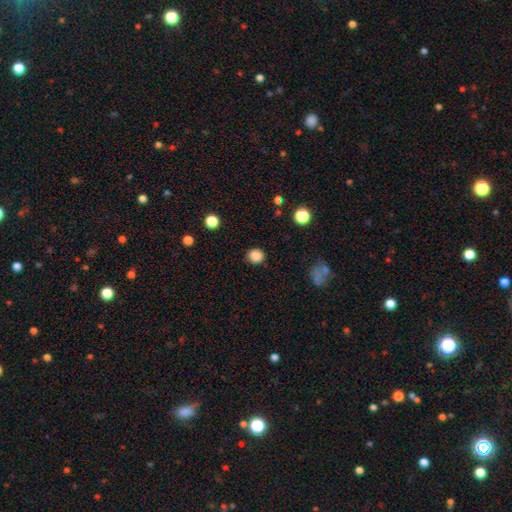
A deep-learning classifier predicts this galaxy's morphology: Smooth or featured?
  - smooth: 86% *
  - star or artifact: 11%
  - featured or disk: 4%
How rounded?
  - round: 83% *
  - in between: 16%
  - cigar-shaped: 1%
Merging?
  - none: 87% *
  - minor disturbance: 9%
  - major disturbance: 3%
  - merger: 1%